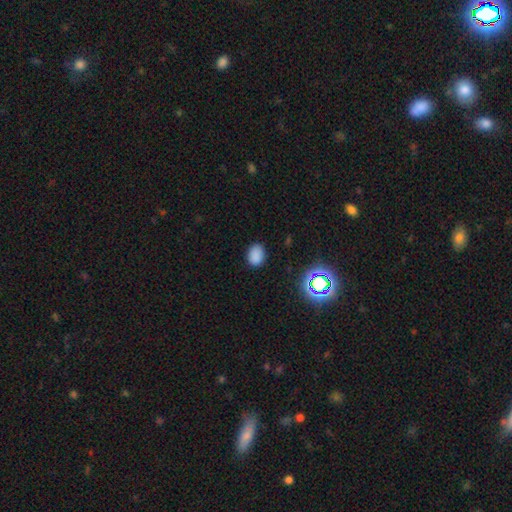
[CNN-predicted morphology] Smooth or featured? Predicted: smooth (p=0.81). How rounded? Predicted: in between (p=0.76). Merging? Predicted: none (p=0.83).